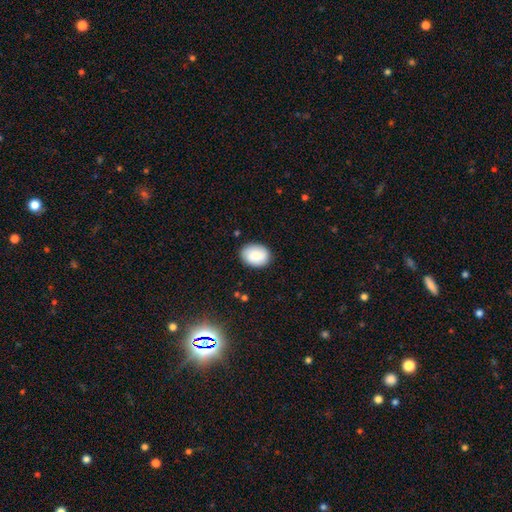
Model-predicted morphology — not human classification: Smooth or featured? Predicted: smooth (p=0.85). How rounded? Predicted: in between (p=0.69). Merging? Predicted: none (p=0.86).